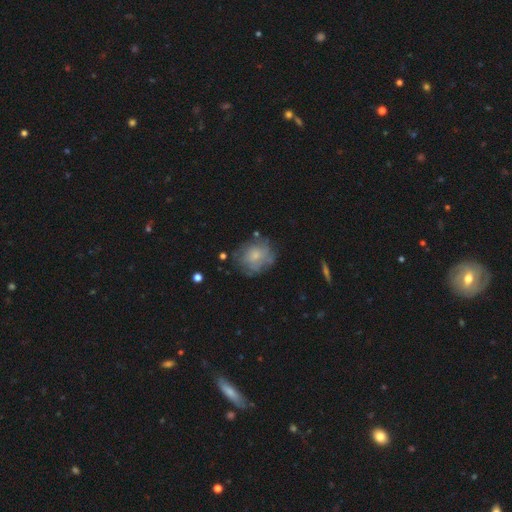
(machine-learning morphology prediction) smooth 59%, featured or disk 32%, star or artifact 9%. Down the decision tree: how rounded — round (73%); merging — none (63%).